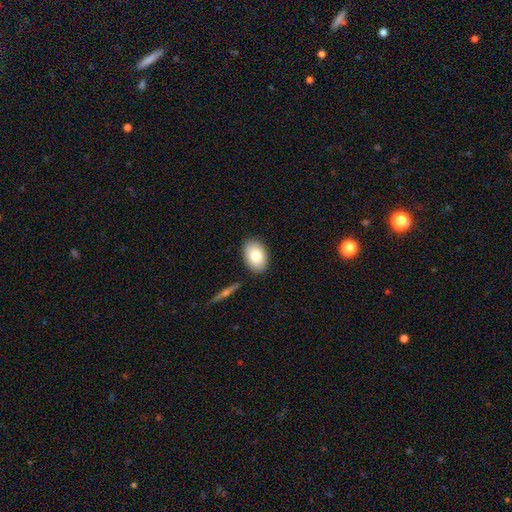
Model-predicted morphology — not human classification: Smooth or featured?
  - smooth: 79% *
  - featured or disk: 14%
  - star or artifact: 7%
How rounded?
  - in between: 87% *
  - round: 12%
  - cigar-shaped: 1%
Merging?
  - none: 87% *
  - minor disturbance: 9%
  - merger: 3%
  - major disturbance: 2%